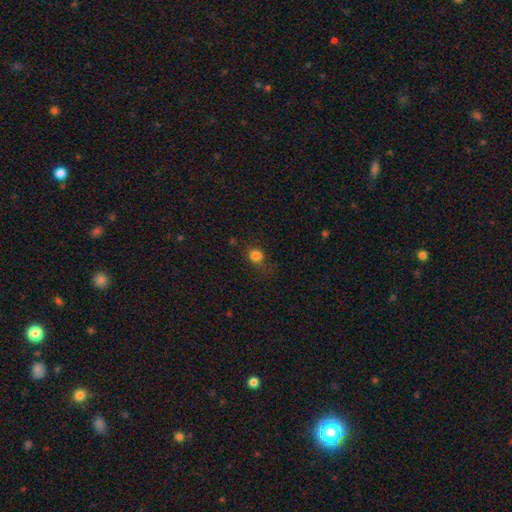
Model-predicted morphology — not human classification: The model was most divided on "how rounded": round: 64%, in between: 34%, cigar-shaped: 1%. More confident: smooth or featured — smooth (79%); merging — none (59%).